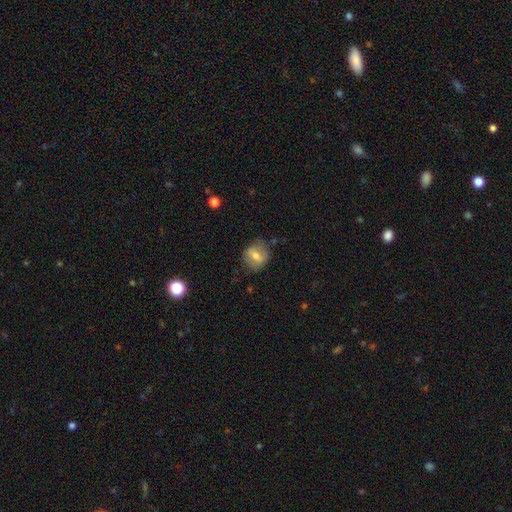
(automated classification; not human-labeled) This is likely a smooth galaxy (61%). How rounded: likely round (66%). Merging: likely none (73%).